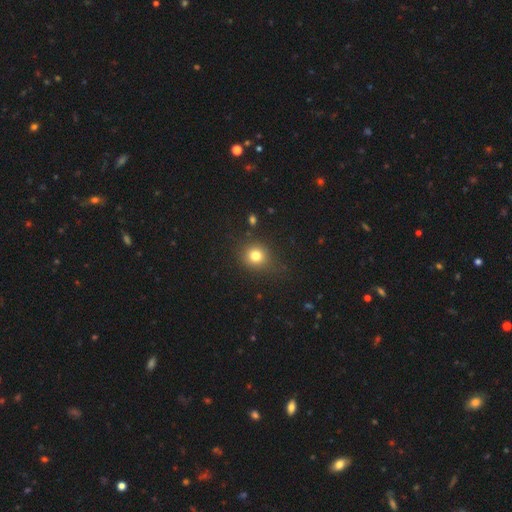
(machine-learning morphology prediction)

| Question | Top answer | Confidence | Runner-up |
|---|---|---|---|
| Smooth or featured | smooth | 79% | star or artifact (13%) |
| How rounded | round | 83% | in between (16%) |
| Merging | none | 79% | minor disturbance (14%) |